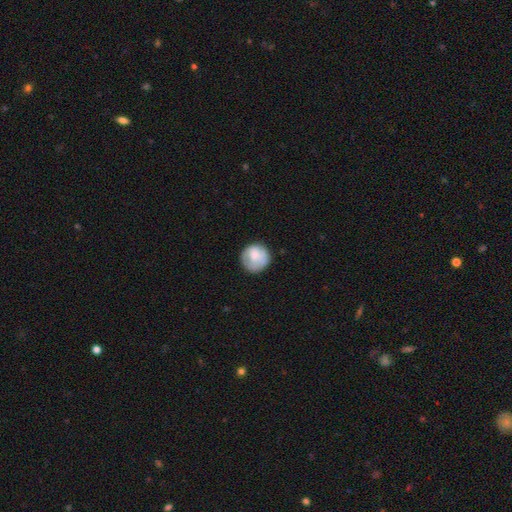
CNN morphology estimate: Q: Smooth or featured?
A: smooth (73%); runner-up: featured or disk (20%)
Q: How rounded?
A: round (91%); runner-up: in between (8%)
Q: Merging?
A: none (73%); runner-up: minor disturbance (19%)